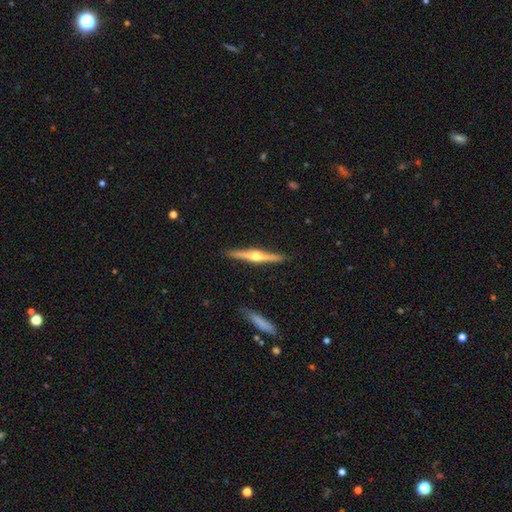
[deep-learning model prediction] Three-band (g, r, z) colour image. It shows a featured or disk galaxy (76%) viewed edge-on (98%) with a rounded central bulge (95%). Merging: none (91%).